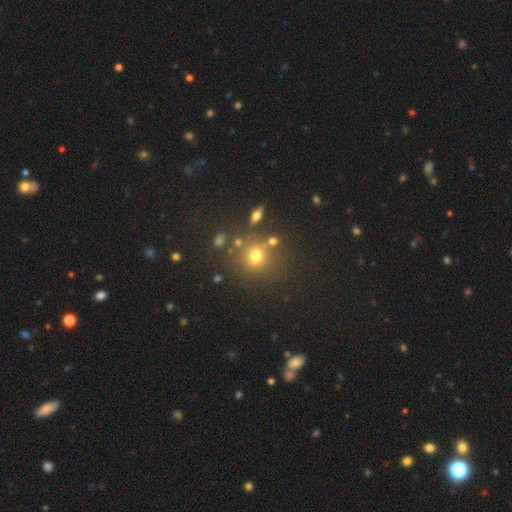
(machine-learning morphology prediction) Smooth or featured? smooth (68%)
How rounded? round (86%)
Merging? none (73%)